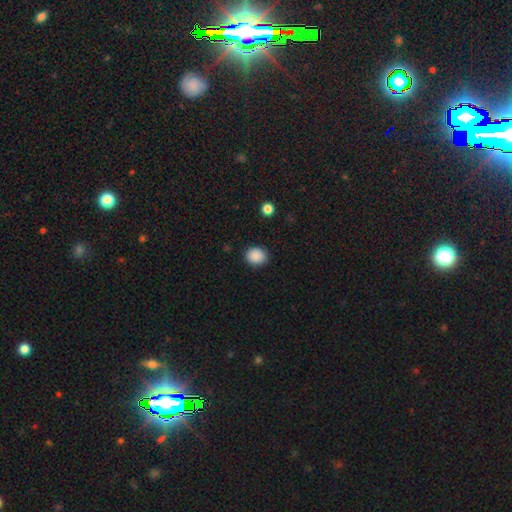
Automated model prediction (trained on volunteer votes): smooth_or_featured: smooth (p=0.89) [alt: star or artifact p=0.09]
how_rounded: round (p=0.71) [alt: in between p=0.29]
merging: none (p=0.89) [alt: minor disturbance p=0.08]